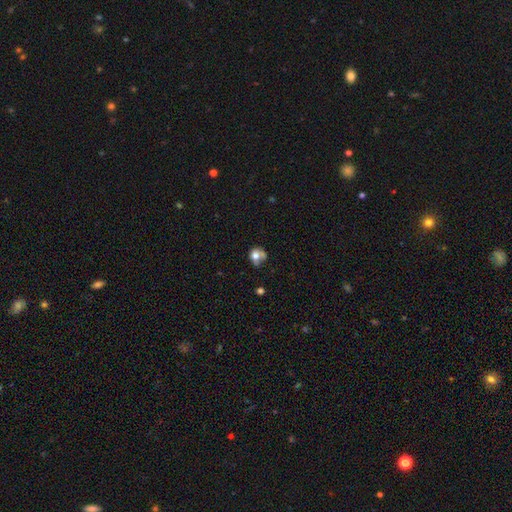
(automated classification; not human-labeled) Q: Smooth or featured?
A: smooth (70%); runner-up: featured or disk (19%)
Q: How rounded?
A: round (70%); runner-up: in between (29%)
Q: Merging?
A: none (36%); runner-up: minor disturbance (27%)